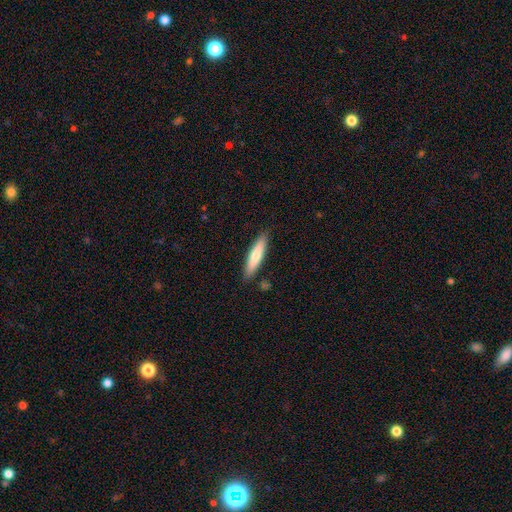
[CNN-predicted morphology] Overall: smooth (68%). How rounded: cigar-shaped (81%). Merging: none (87%).